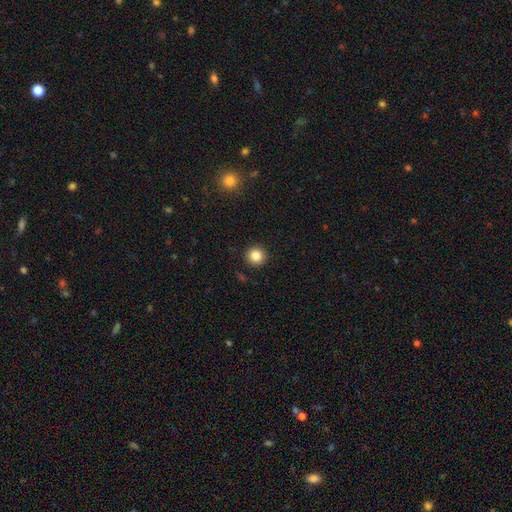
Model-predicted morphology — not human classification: Q: Smooth or featured?
A: smooth (84%); runner-up: star or artifact (11%)
Q: How rounded?
A: round (95%); runner-up: in between (4%)
Q: Merging?
A: none (92%); runner-up: minor disturbance (5%)